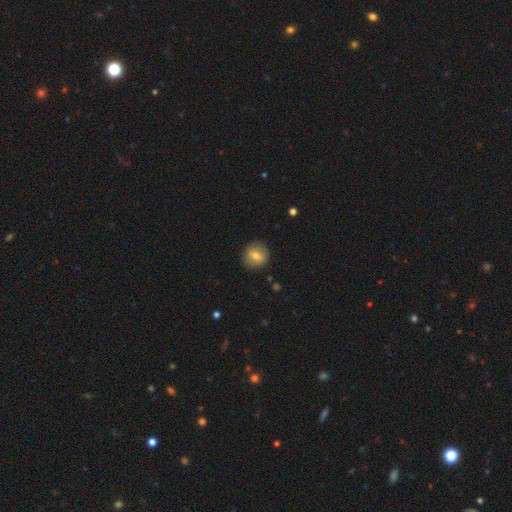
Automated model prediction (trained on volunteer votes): This is likely a smooth galaxy (68%). How rounded: clearly round (89%). Merging: clearly none (89%).